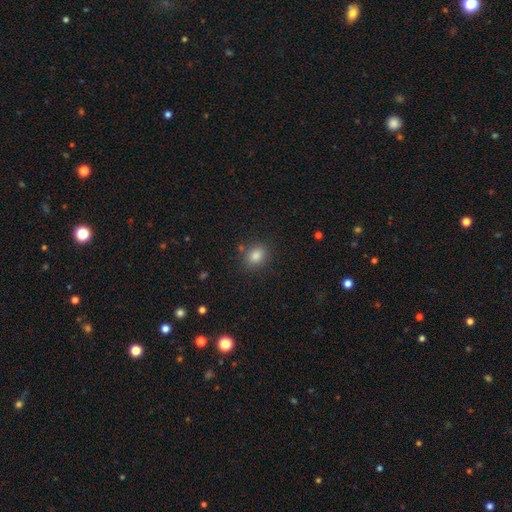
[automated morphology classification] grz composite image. It shows a smooth galaxy with no disk features (83%) that is round (51%). Merging: none (84%).